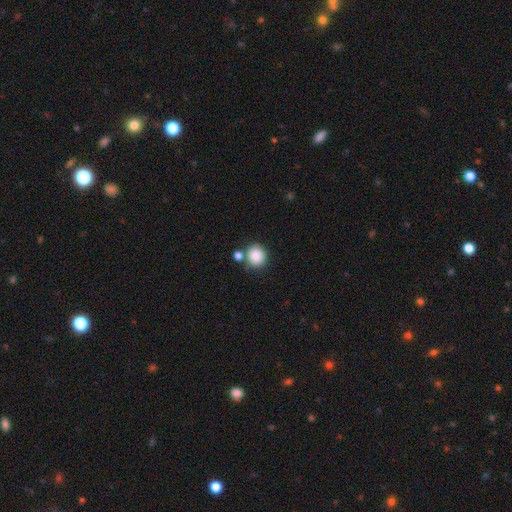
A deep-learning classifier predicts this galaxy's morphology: smooth_or_featured: smooth (p=0.87) [alt: star or artifact p=0.09]
how_rounded: round (p=0.85) [alt: in between p=0.15]
merging: none (p=0.67) [alt: merger p=0.18]